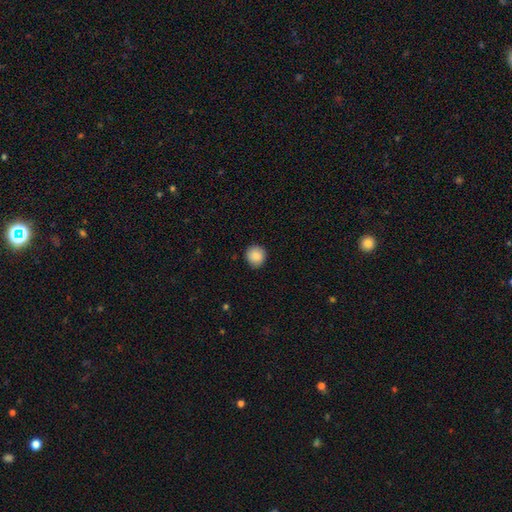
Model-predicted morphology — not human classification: The model was most divided on "merging": none: 88%, minor disturbance: 9%, major disturbance: 2%, merger: 1%. More confident: how rounded — round (91%); smooth or featured — smooth (88%).